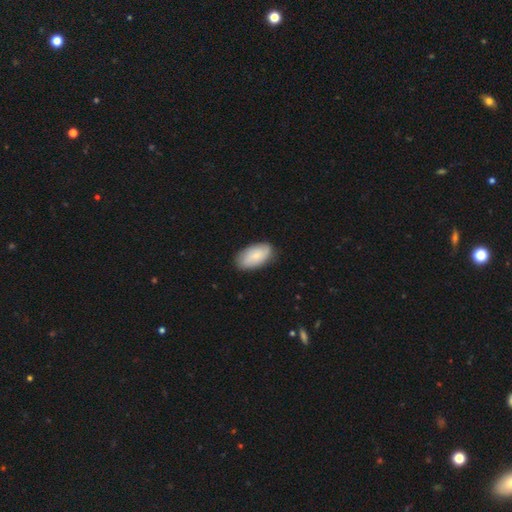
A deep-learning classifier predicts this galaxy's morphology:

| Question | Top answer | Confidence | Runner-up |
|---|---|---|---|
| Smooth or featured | smooth | 76% | featured or disk (19%) |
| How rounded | in between | 94% | round (3%) |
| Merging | none | 83% | minor disturbance (13%) |